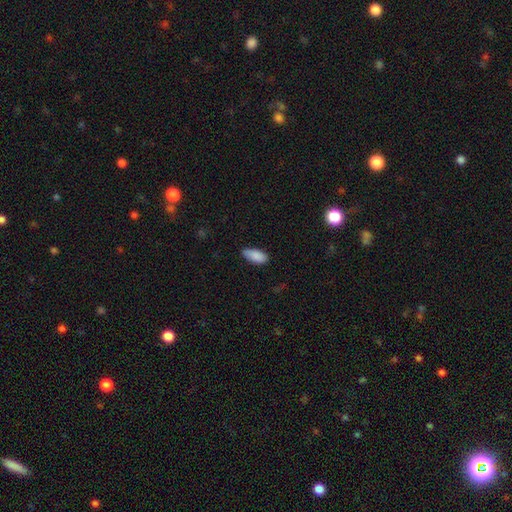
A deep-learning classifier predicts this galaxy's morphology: smooth_or_featured: smooth (p=0.88) [alt: star or artifact p=0.07]
how_rounded: in between (p=0.87) [alt: cigar-shaped p=0.11]
merging: none (p=0.74) [alt: minor disturbance p=0.22]